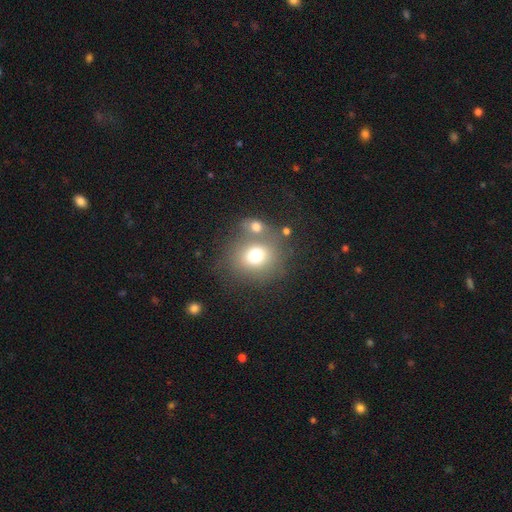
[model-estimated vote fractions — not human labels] A smooth galaxy with no disk features (70%) that is round (81%).

Vote fractions:
- Smooth or featured? smooth: 70% / featured or disk: 16% / star or artifact: 14%
- How rounded? round: 81% / in between: 18% / cigar-shaped: 1%
- Merging? none: 54% / merger: 27% / minor disturbance: 12% / major disturbance: 7%